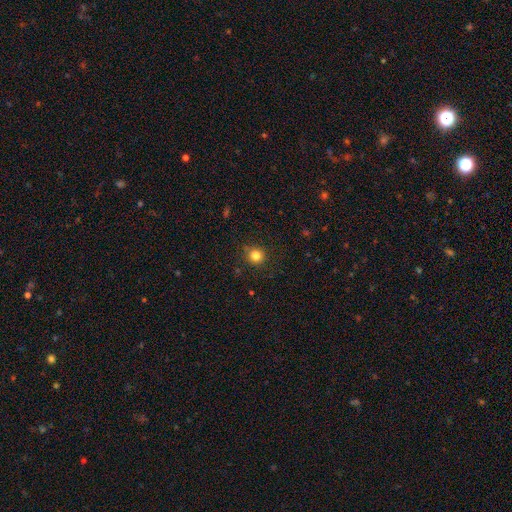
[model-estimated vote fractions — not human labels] Smooth or featured? smooth (83%)
How rounded? round (92%)
Merging? none (87%)